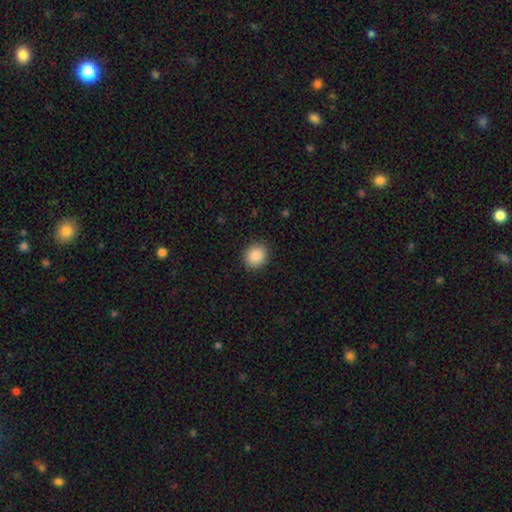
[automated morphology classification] A smooth galaxy with no disk features (89%) that is round (78%). Merging: none (91%).